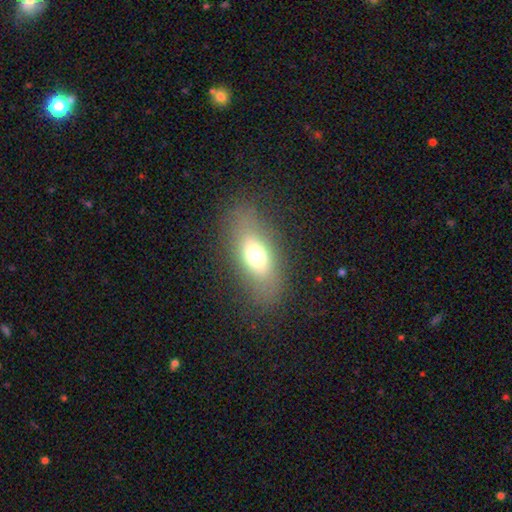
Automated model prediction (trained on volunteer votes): smooth-or-featured: smooth: 63% | featured or disk: 25% | star or artifact: 12%
  how-rounded: in between: 78% | round: 11% | cigar-shaped: 11%
  merging: none: 78% | minor disturbance: 13% | major disturbance: 8% | merger: 1%